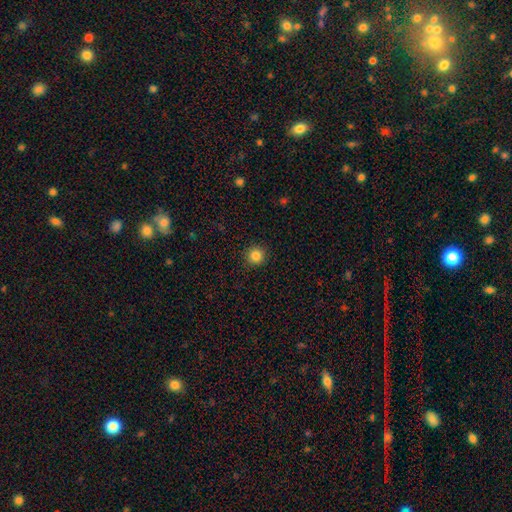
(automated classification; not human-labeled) The model was most divided on "smooth or featured": smooth: 85%, star or artifact: 11%, featured or disk: 4%. More confident: how rounded — round (94%); merging — none (92%).